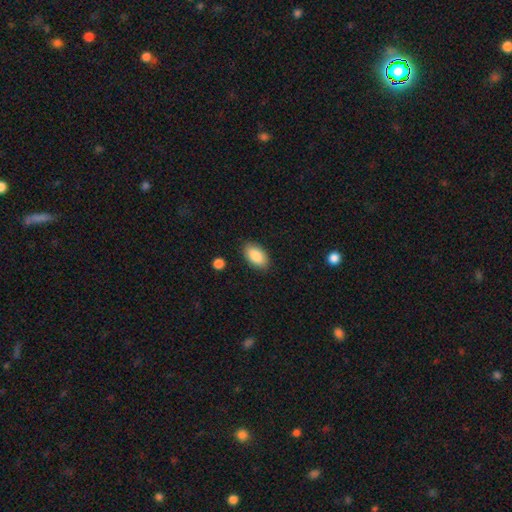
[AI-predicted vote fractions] smooth_or_featured: smooth (p=0.88) [alt: star or artifact p=0.06]
how_rounded: in between (p=0.94) [alt: round p=0.04]
merging: none (p=0.87) [alt: minor disturbance p=0.09]